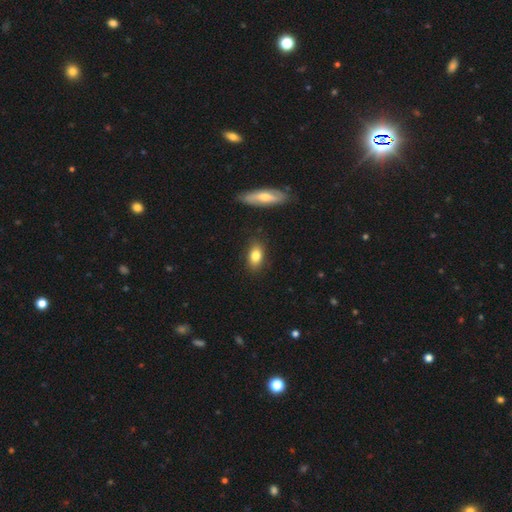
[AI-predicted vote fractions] smooth-or-featured: smooth: 81% | featured or disk: 11% | star or artifact: 8%
  how-rounded: in between: 84% | round: 9% | cigar-shaped: 6%
  merging: none: 83% | minor disturbance: 12% | major disturbance: 3% | merger: 2%